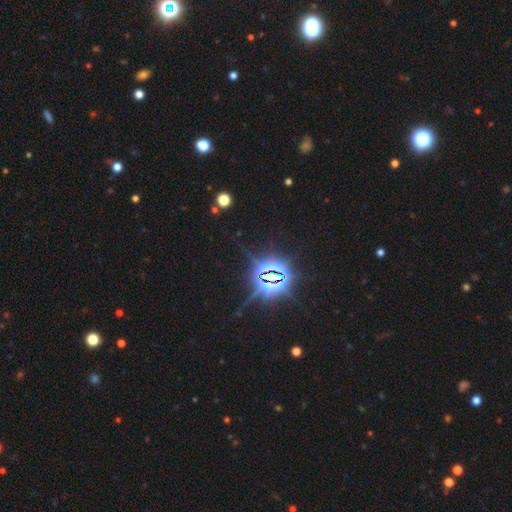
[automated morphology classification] Smooth or featured?
  - star or artifact: 85% *
  - smooth: 9%
  - featured or disk: 7%